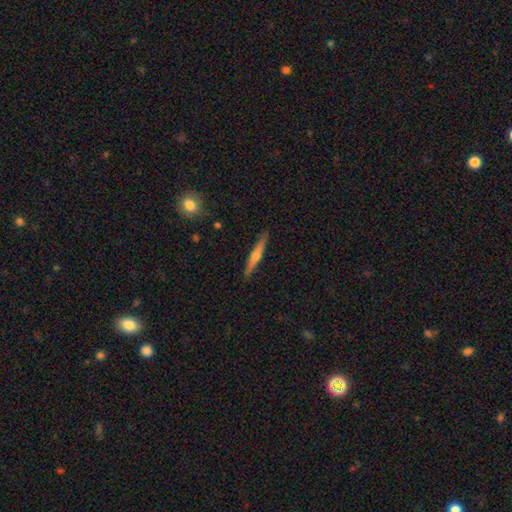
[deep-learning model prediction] smooth-or-featured: featured or disk: 63% | smooth: 31% | star or artifact: 6%
  disk-edge-on: yes: 97% | no: 3%
    edge-on-bulge: rounded: 86% | none: 10% | boxy: 4%
  merging: none: 91% | minor disturbance: 7% | major disturbance: 1% | merger: 1%